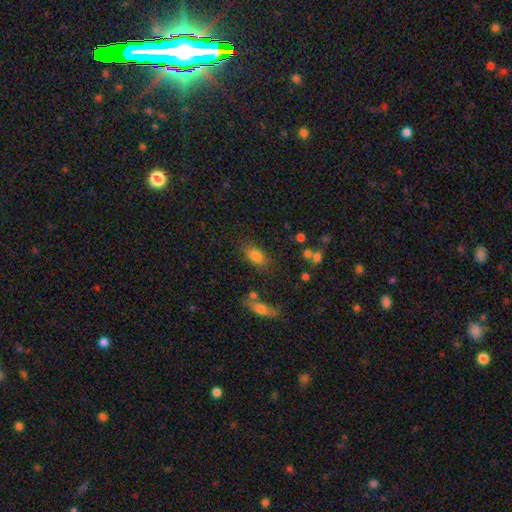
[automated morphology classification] Smooth or featured? Predicted: smooth (p=0.81). How rounded? Predicted: in between (p=0.85). Merging? Predicted: none (p=0.75).